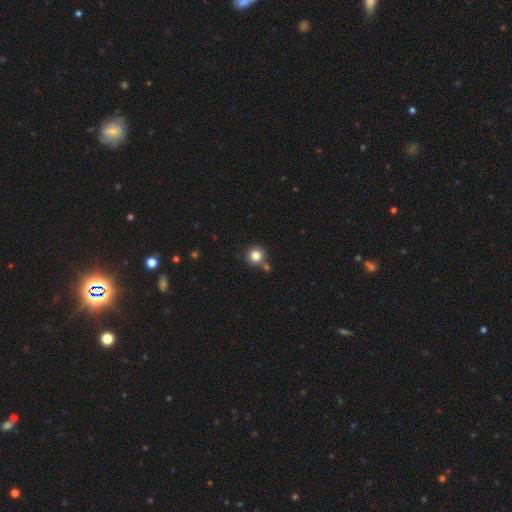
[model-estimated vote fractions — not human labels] Overall: smooth (82%). How rounded: round (93%). Merging: none (74%).